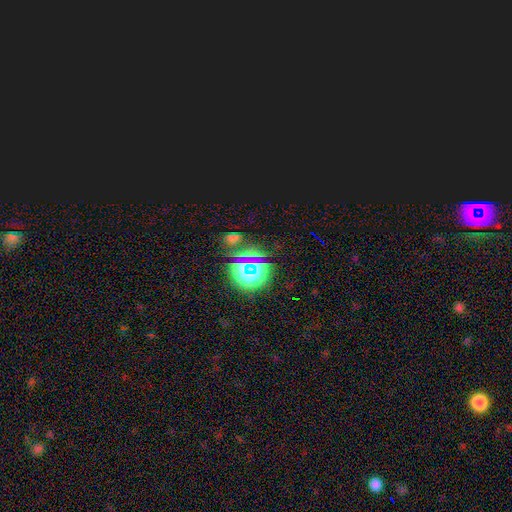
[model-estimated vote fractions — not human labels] The model was most divided on "smooth or featured": star or artifact: 80%, smooth: 13%, featured or disk: 7%.